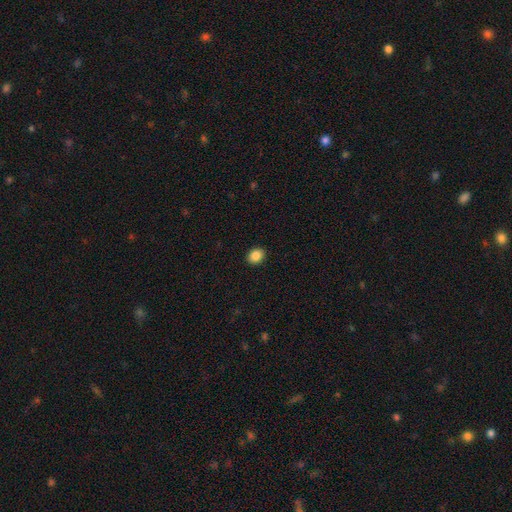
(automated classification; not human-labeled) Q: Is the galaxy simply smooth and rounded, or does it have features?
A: smooth — 87%.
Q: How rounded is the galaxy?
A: in between — 51%.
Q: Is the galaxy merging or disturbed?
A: none — 91%.